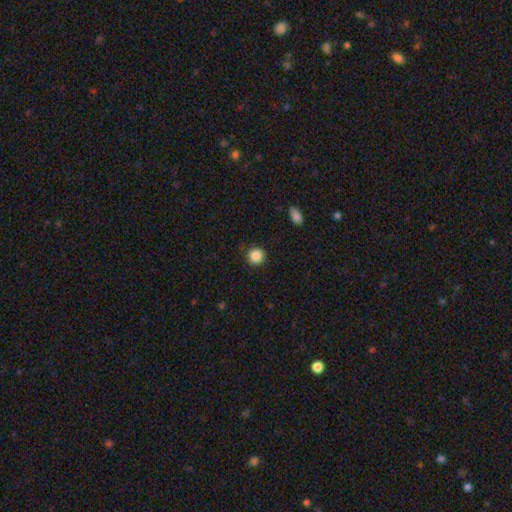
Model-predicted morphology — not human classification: smooth-or-featured: smooth: 86% | star or artifact: 10% | featured or disk: 4%
  how-rounded: round: 94% | in between: 6% | cigar-shaped: 1%
  merging: none: 89% | minor disturbance: 8% | major disturbance: 2% | merger: 1%